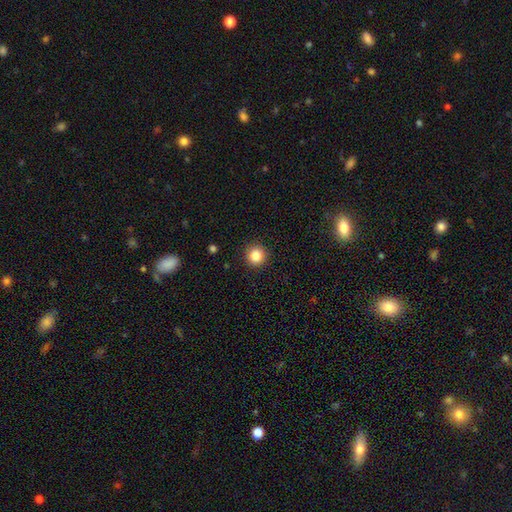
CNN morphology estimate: smooth-or-featured: smooth: 84% | star or artifact: 11% | featured or disk: 5%
  how-rounded: round: 95% | in between: 4% | cigar-shaped: 1%
  merging: none: 92% | minor disturbance: 5% | major disturbance: 2% | merger: 1%